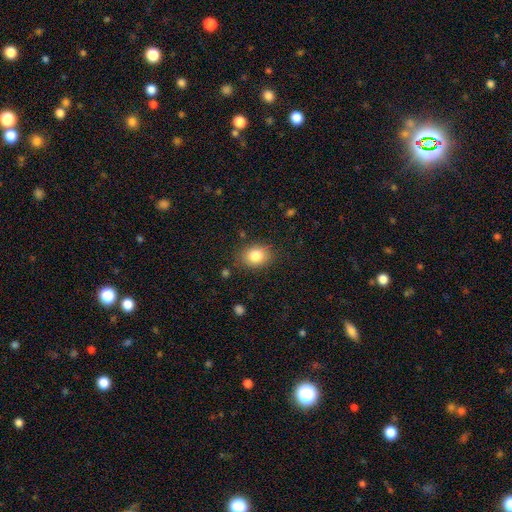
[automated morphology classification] Q: Smooth or featured?
A: smooth (83%); runner-up: star or artifact (9%)
Q: How rounded?
A: in between (59%); runner-up: round (40%)
Q: Merging?
A: none (84%); runner-up: minor disturbance (11%)